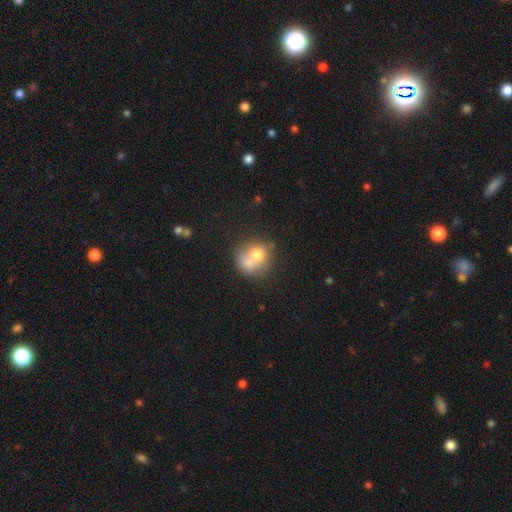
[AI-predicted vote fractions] A smooth galaxy with no disk features (68%) that is round (80%).

Vote fractions:
- Smooth or featured? smooth: 68% / featured or disk: 22% / star or artifact: 10%
- How rounded? round: 80% / in between: 19% / cigar-shaped: 1%
- Merging? merger: 52% / none: 31% / minor disturbance: 11% / major disturbance: 6%